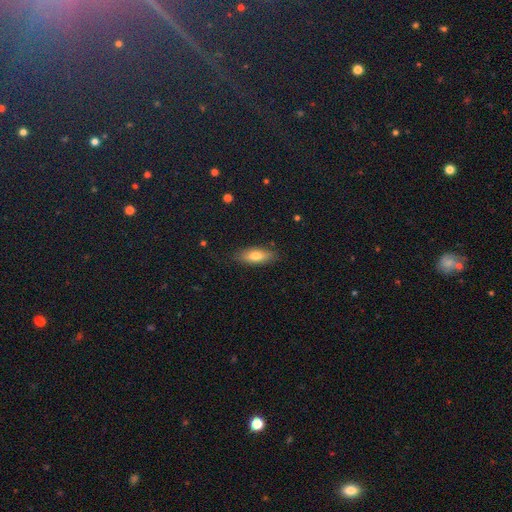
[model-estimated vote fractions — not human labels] Overall: smooth (73%). How rounded: in between (72%). Merging: none (84%).